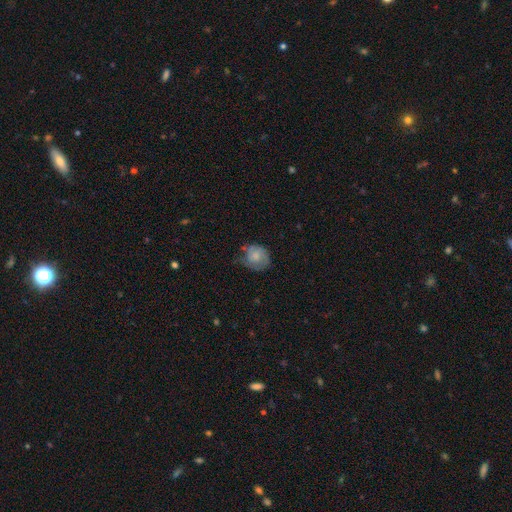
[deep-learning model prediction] Q: Smooth or featured?
A: smooth (61%); runner-up: featured or disk (31%)
Q: How rounded?
A: round (70%); runner-up: in between (29%)
Q: Merging?
A: none (51%); runner-up: minor disturbance (33%)